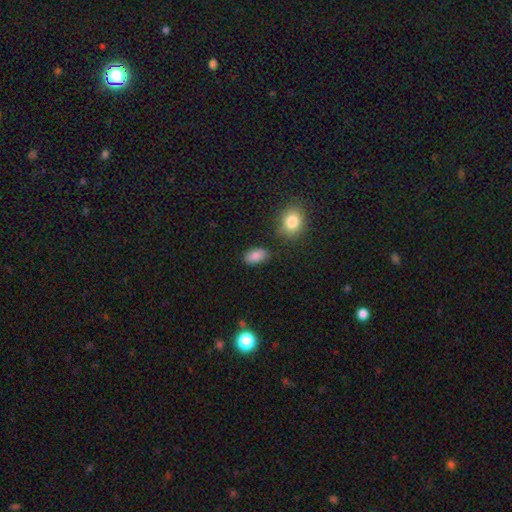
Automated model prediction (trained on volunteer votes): smooth 85%, star or artifact 9%, featured or disk 6%. Down the decision tree: how rounded — in between (91%); merging — none (79%).